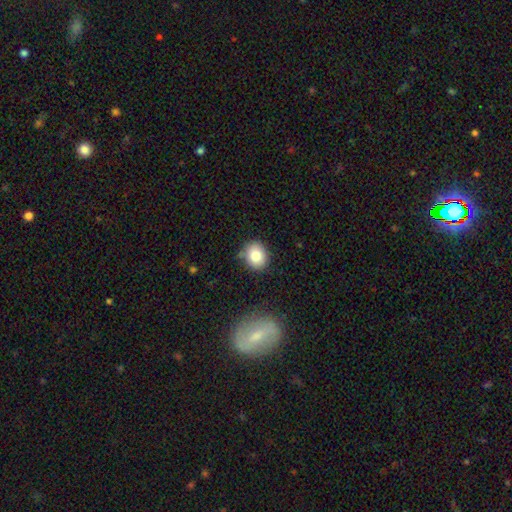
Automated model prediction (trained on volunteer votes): This is clearly a smooth galaxy (81%). How rounded: likely round (71%). Merging: likely none (79%).